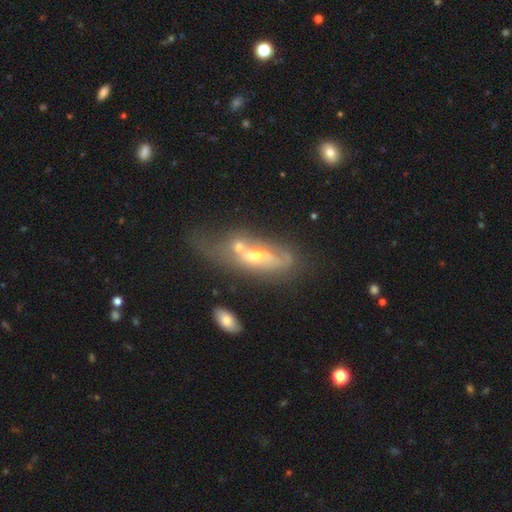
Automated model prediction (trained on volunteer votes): Overall: featured or disk (60%; smooth 30%). Edge-on disk: no (68%; yes 32%). Merging: merger (43%; none 26%).